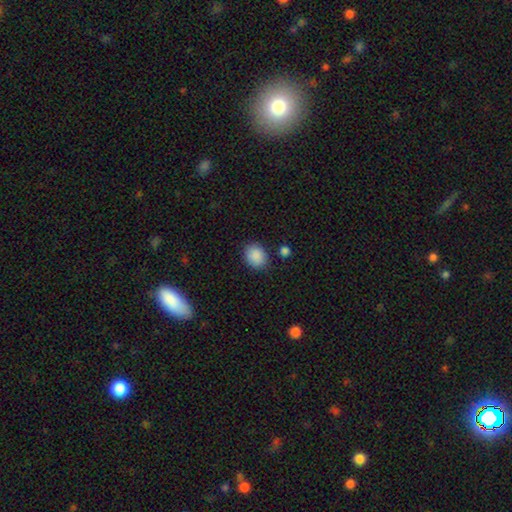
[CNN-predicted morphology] A smooth galaxy with no disk features (88%) that is round (57%).

Vote fractions:
- Smooth or featured? smooth: 88% / star or artifact: 8% / featured or disk: 3%
- How rounded? round: 57% / in between: 42% / cigar-shaped: 1%
- Merging? none: 83% / minor disturbance: 11% / major disturbance: 3% / merger: 3%